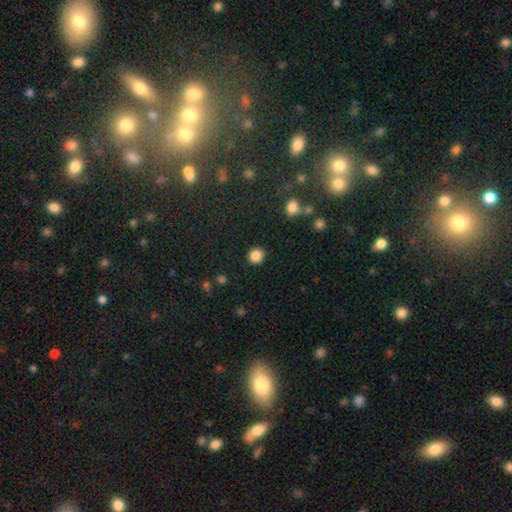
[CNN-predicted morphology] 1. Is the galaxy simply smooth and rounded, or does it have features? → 86% smooth, 10% star or artifact, 4% featured or disk.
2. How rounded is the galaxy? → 86% round, 13% in between, 1% cigar-shaped.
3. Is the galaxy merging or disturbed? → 89% none, 7% minor disturbance, 2% major disturbance, 2% merger.